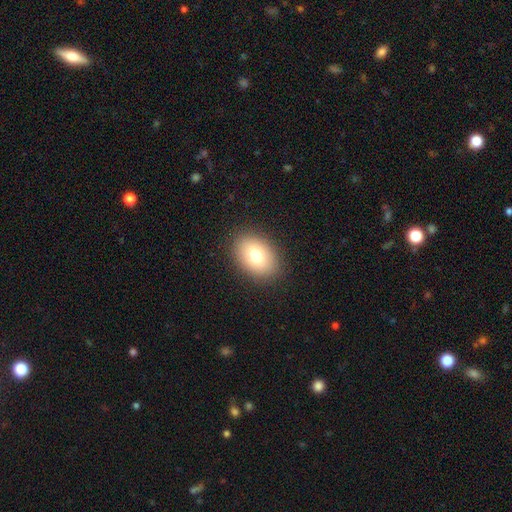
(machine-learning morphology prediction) type=smooth (77%); roundness=in between (79%); merging=none (89%).